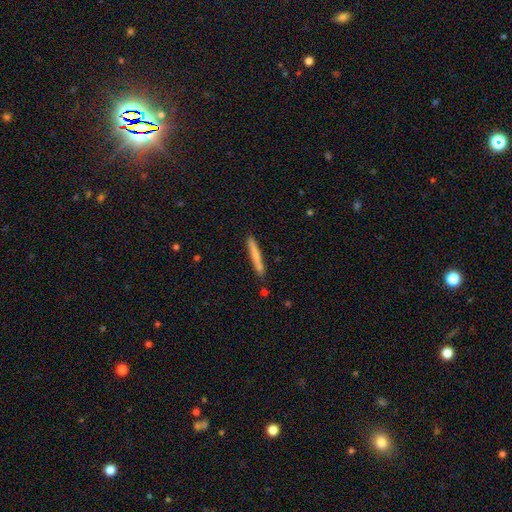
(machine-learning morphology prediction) Smooth or featured? Predicted: smooth (p=0.69). How rounded? Predicted: cigar-shaped (p=0.96). Merging? Predicted: none (p=0.86).